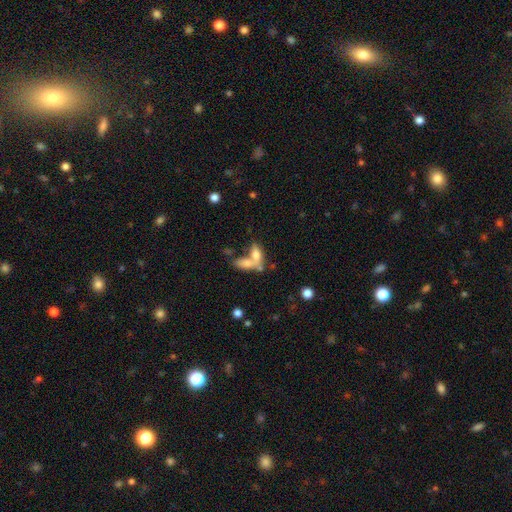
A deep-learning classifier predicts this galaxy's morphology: A smooth galaxy with no disk features (67%) that is in between round and cigar-shaped (78%).

Vote fractions:
- Smooth or featured? smooth: 67% / featured or disk: 23% / star or artifact: 10%
- How rounded? in between: 78% / cigar-shaped: 16% / round: 6%
- Merging? merger: 59% / none: 27% / minor disturbance: 9% / major disturbance: 6%